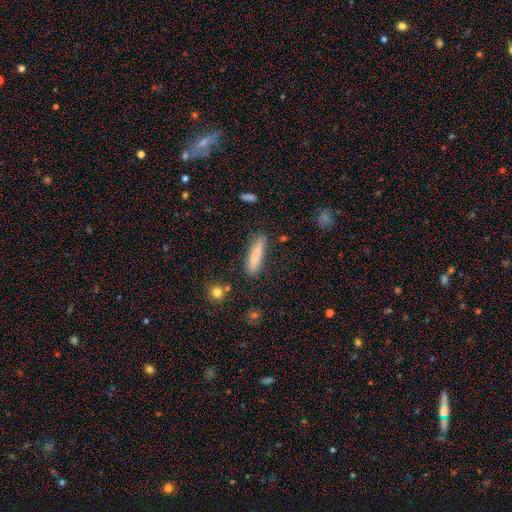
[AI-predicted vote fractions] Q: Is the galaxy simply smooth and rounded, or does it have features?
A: smooth — 82%.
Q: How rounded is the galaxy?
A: cigar-shaped — 85%.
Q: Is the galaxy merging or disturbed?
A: none — 84%.